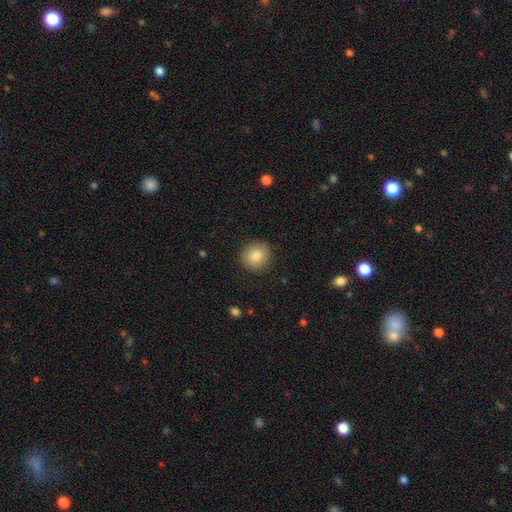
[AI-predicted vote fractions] This is clearly a smooth galaxy (85%). How rounded: clearly round (87%). Merging: clearly none (89%).